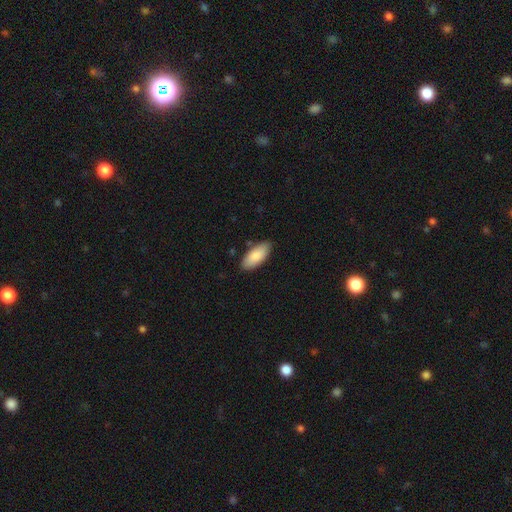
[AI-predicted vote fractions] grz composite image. It shows a smooth galaxy with no disk features (85%) that is in between round and cigar-shaped (89%). Merging: none (84%).